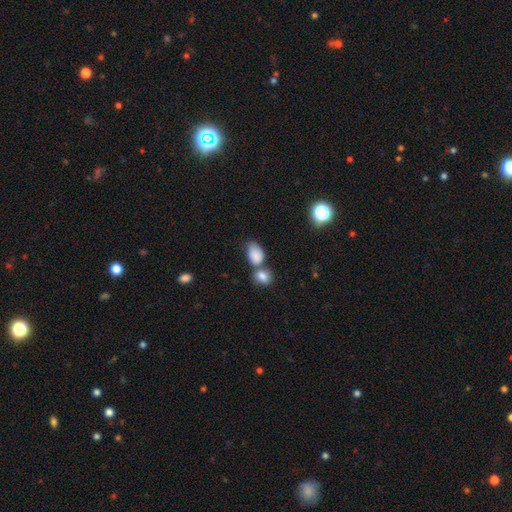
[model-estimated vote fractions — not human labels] Morphology: type=smooth (85%); roundness=in between (86%); merging=merger (44%).